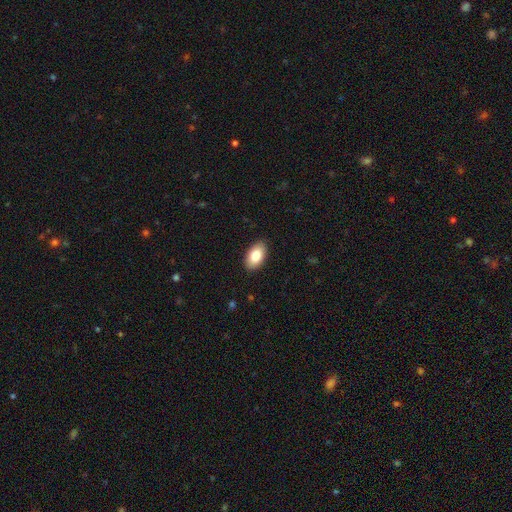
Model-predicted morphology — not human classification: Smooth or featured?
  - smooth: 85% *
  - featured or disk: 9%
  - star or artifact: 7%
How rounded?
  - in between: 94% *
  - round: 4%
  - cigar-shaped: 2%
Merging?
  - none: 88% *
  - minor disturbance: 9%
  - major disturbance: 2%
  - merger: 1%